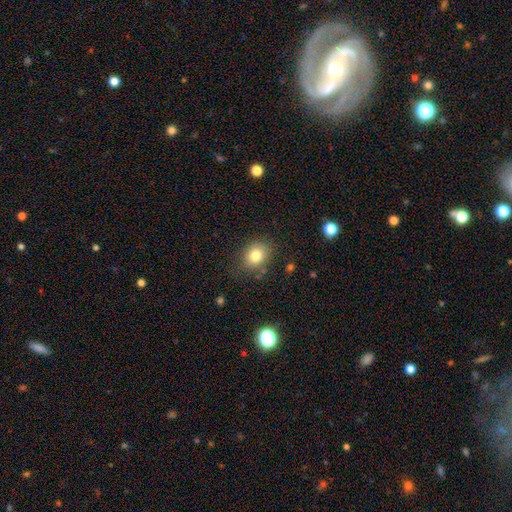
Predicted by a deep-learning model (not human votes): Q: Smooth or featured?
A: smooth (80%); runner-up: star or artifact (11%)
Q: How rounded?
A: in between (53%); runner-up: round (46%)
Q: Merging?
A: none (80%); runner-up: minor disturbance (14%)